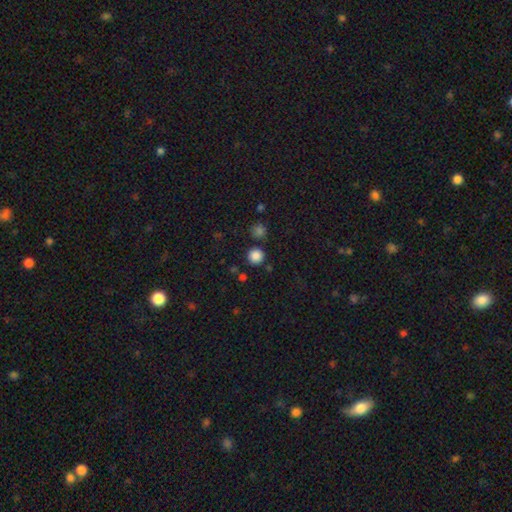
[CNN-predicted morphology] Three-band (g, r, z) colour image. It shows a smooth galaxy with no disk features (85%) that is round (95%). Merging: none (85%).